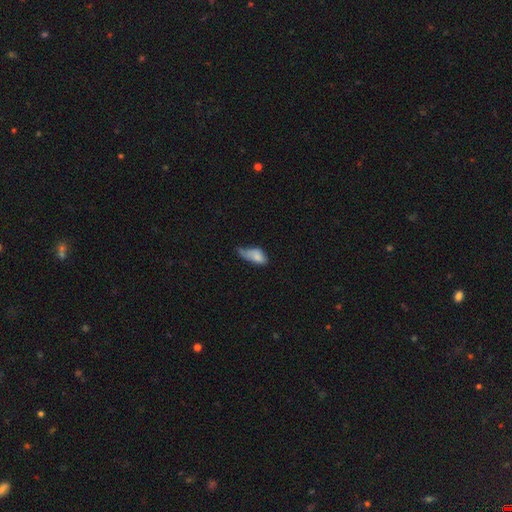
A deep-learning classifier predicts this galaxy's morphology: Overall: smooth (73%). How rounded: in between (88%). Merging: minor disturbance (39%; major disturbance 33%).